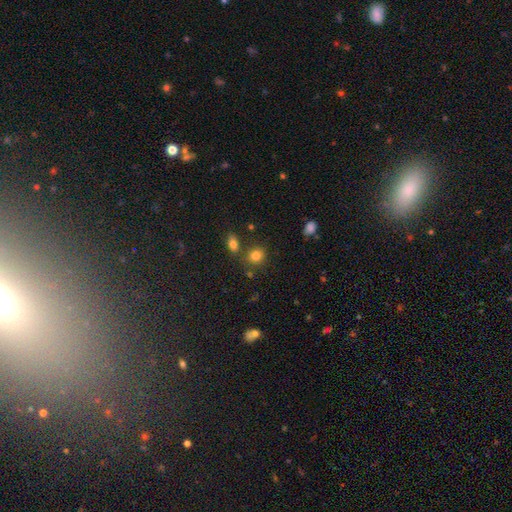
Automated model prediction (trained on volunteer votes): This is clearly a smooth galaxy (81%). How rounded: likely round (73%). Merging: likely none (74%).